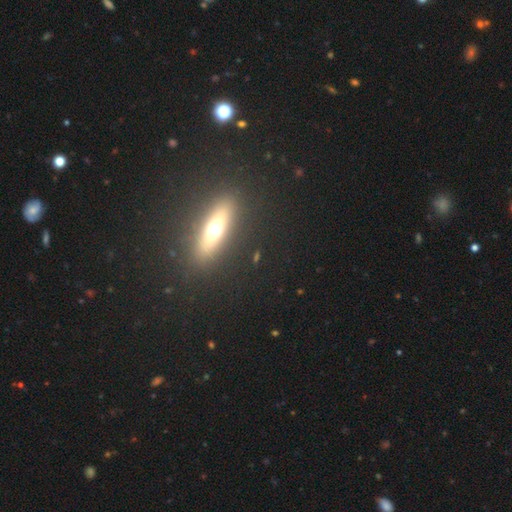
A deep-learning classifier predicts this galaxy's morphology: Q: Smooth or featured?
A: featured or disk (53%); runner-up: smooth (35%)
Q: Edge-on disk?
A: yes (86%); runner-up: no (14%)
Q: Merging?
A: none (88%); runner-up: minor disturbance (7%)